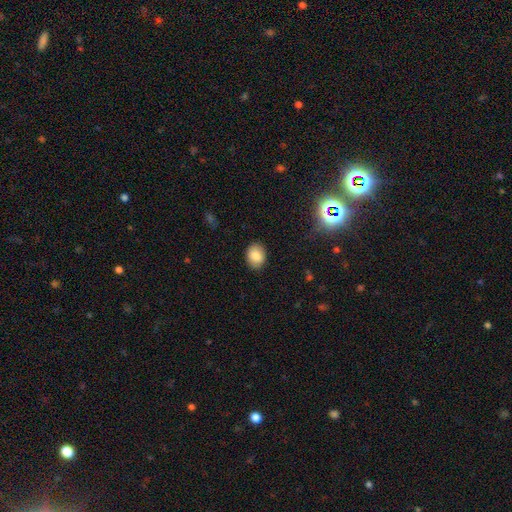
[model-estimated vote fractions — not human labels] A smooth galaxy with no disk features (85%) that is in between round and cigar-shaped (63%).

Vote fractions:
- Smooth or featured? smooth: 85% / star or artifact: 9% / featured or disk: 7%
- How rounded? in between: 63% / round: 36% / cigar-shaped: 1%
- Merging? none: 87% / minor disturbance: 10% / major disturbance: 2% / merger: 1%